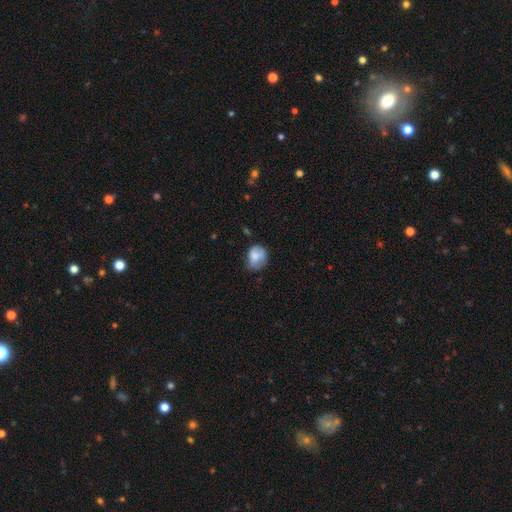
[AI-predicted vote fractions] Smooth or featured? smooth (73%)
How rounded? round (54%)
Merging? none (50%)